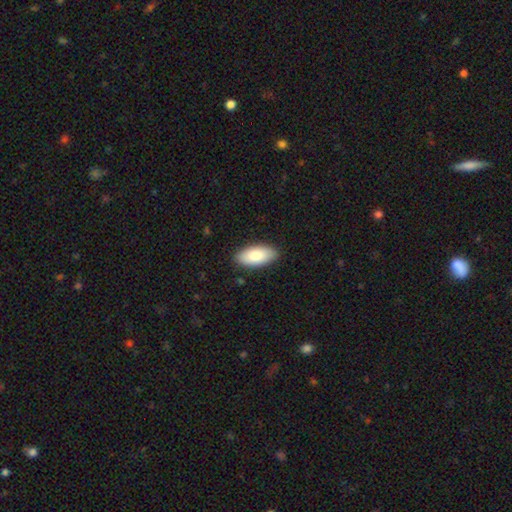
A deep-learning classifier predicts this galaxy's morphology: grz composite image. It shows a smooth galaxy with no disk features (85%) that is in between round and cigar-shaped (91%). Merging: none (88%).